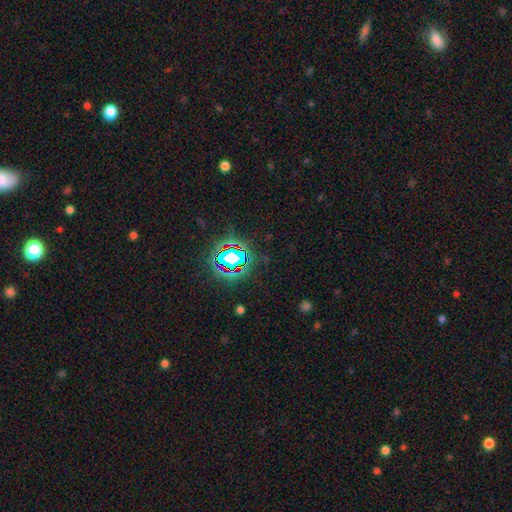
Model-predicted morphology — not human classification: smooth_or_featured: star or artifact (p=0.80) [alt: smooth p=0.12]